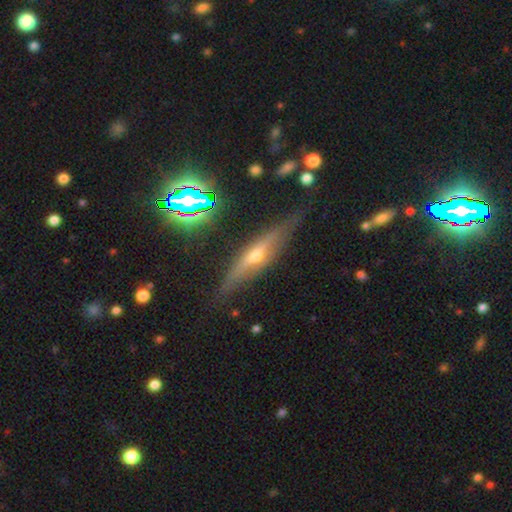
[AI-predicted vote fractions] Overall: featured or disk (69%). Edge-on disk: yes (90%). Edge-on bulge: rounded (82%). Merging: none (78%).